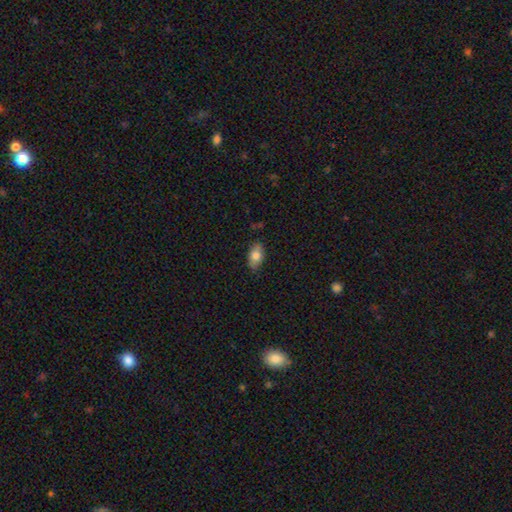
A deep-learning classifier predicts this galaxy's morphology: Overall: smooth (78%). How rounded: in between (89%). Merging: none (82%).